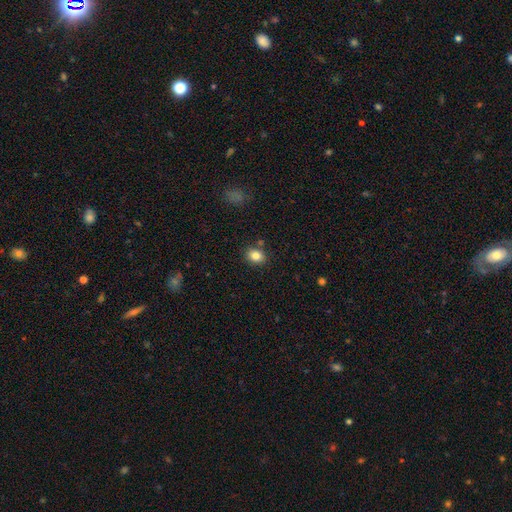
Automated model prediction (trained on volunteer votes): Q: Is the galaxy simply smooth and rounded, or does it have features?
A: smooth — 83%.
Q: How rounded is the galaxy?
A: in between — 57%.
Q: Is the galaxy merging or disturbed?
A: none — 83%.